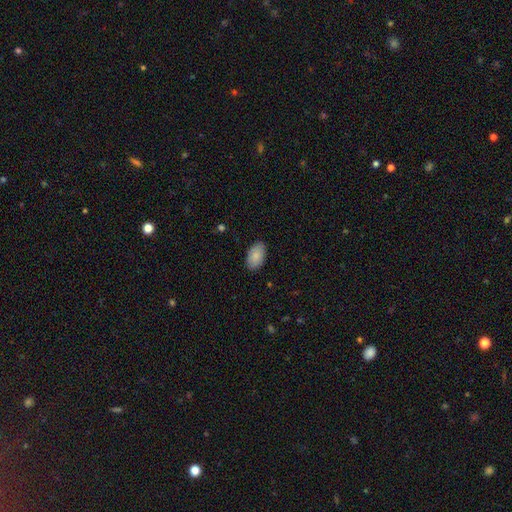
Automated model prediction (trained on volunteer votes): smooth_or_featured: smooth (p=0.87) [alt: featured or disk p=0.07]
how_rounded: in between (p=0.94) [alt: round p=0.05]
merging: none (p=0.87) [alt: minor disturbance p=0.10]